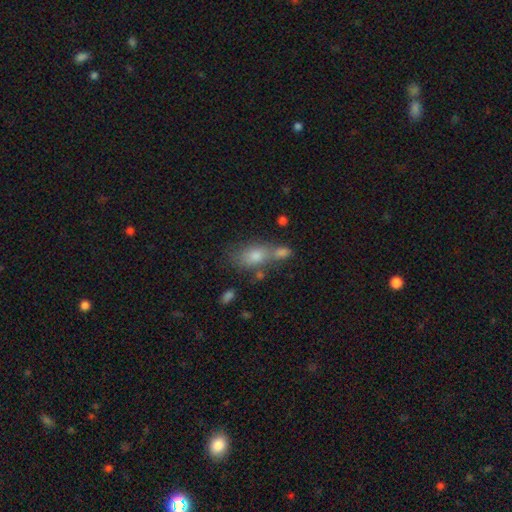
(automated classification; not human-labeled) Smooth or featured: smooth — 72% (featured or disk — 18%)
How rounded: in between — 79% (round — 12%)
Merging: none — 42% (merger — 37%)